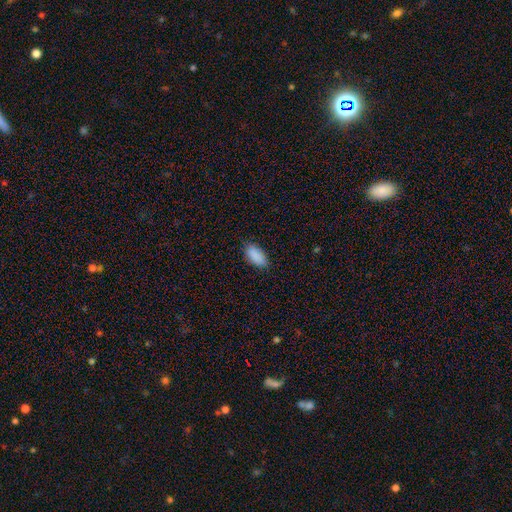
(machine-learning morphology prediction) A smooth galaxy with no disk features (89%) that is in between round and cigar-shaped (91%). Merging: none (80%).